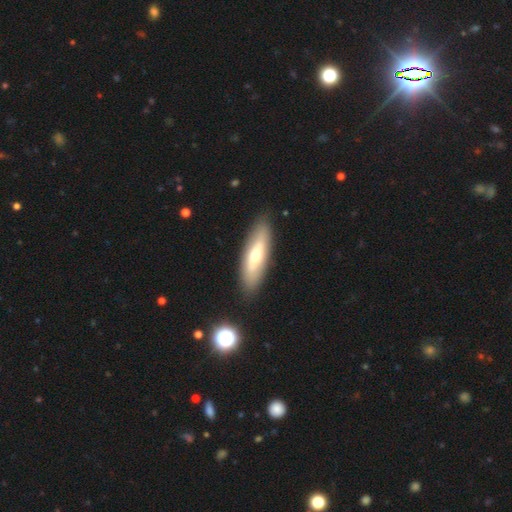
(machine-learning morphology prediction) type=smooth (51%); roundness=cigar-shaped (50%); merging=none (85%).